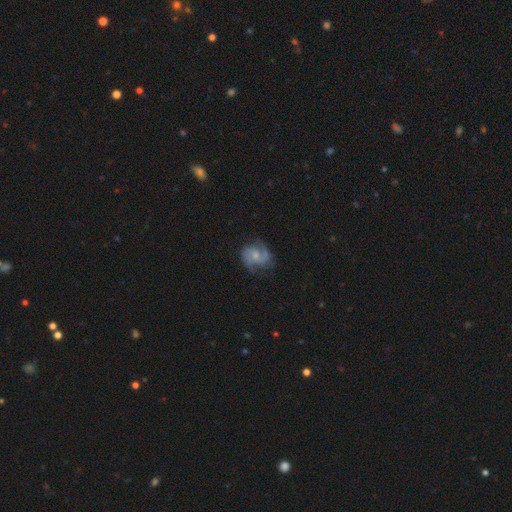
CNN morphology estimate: Smooth or featured? Predicted: featured or disk (p=0.68). Edge-on disk? Predicted: no (p=0.98). Bar? Predicted: no (p=0.51). Spiral arms? Predicted: yes (p=0.87). Spiral winding? Predicted: medium (p=0.49). Spiral arm count? Predicted: 2 (p=0.73). Bulge size? Predicted: small (p=0.45). Merging? Predicted: none (p=0.58).